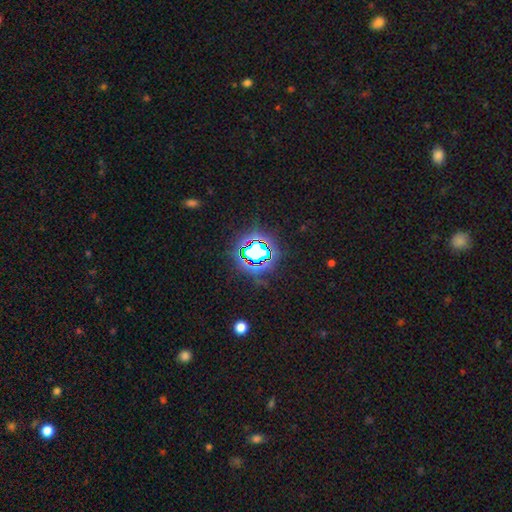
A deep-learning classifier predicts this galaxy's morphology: star or artifact 82%, smooth 11%, featured or disk 7%.